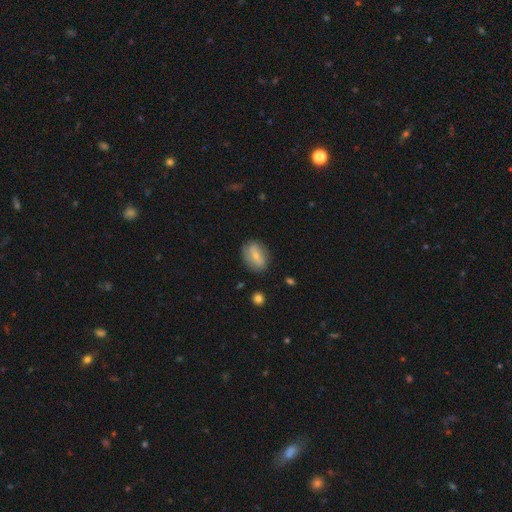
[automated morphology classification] This appears to be a smooth galaxy with no disk features (56%) that is in between round and cigar-shaped (79%). Merging: none (77%).